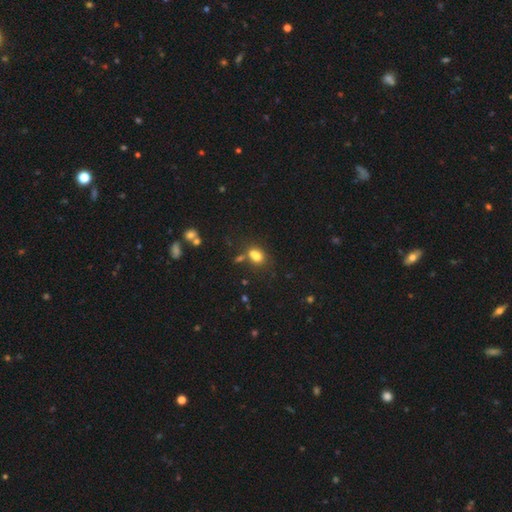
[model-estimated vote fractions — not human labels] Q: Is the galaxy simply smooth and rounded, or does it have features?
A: smooth — 75%.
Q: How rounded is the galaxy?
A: in between — 64%.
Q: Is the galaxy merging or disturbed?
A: none — 42%.